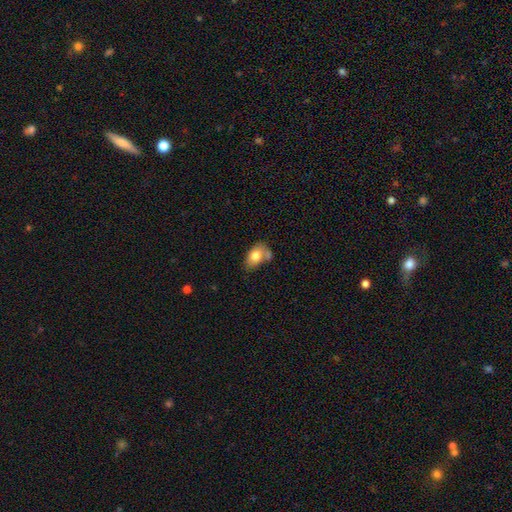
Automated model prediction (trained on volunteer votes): smooth 78%, featured or disk 15%, star or artifact 7%. Down the decision tree: how rounded — in between (85%); merging — none (39%).